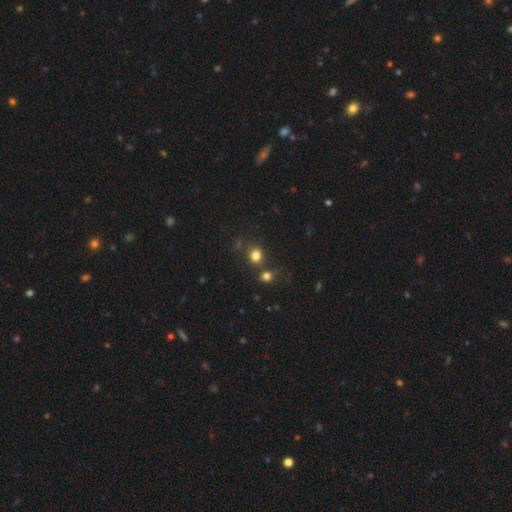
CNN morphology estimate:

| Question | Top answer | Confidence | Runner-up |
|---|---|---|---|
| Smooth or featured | smooth | 77% | star or artifact (16%) |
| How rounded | round | 71% | in between (28%) |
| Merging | none | 65% | merger (20%) |